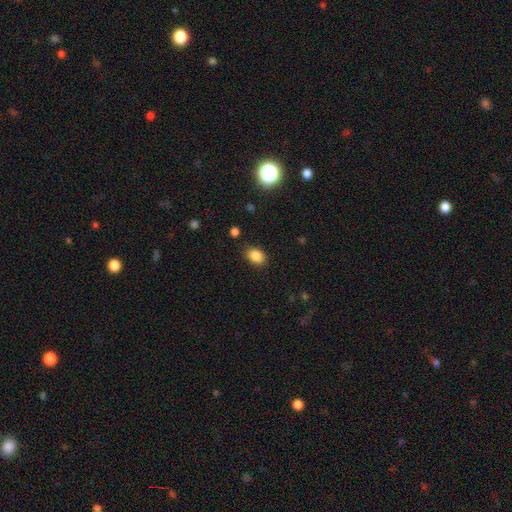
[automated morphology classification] This appears to be a smooth galaxy with no disk features (86%) that is in between round and cigar-shaped (78%). Merging: none (84%).